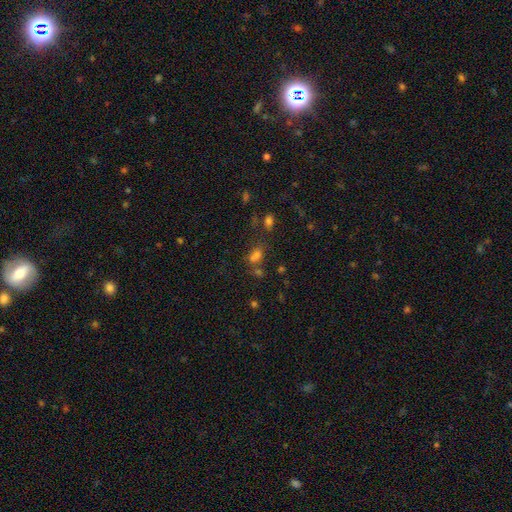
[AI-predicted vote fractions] The model was most divided on "merging": none: 51%, merger: 26%, minor disturbance: 14%, major disturbance: 9%. More confident: how rounded — in between (74%); smooth or featured — smooth (62%).